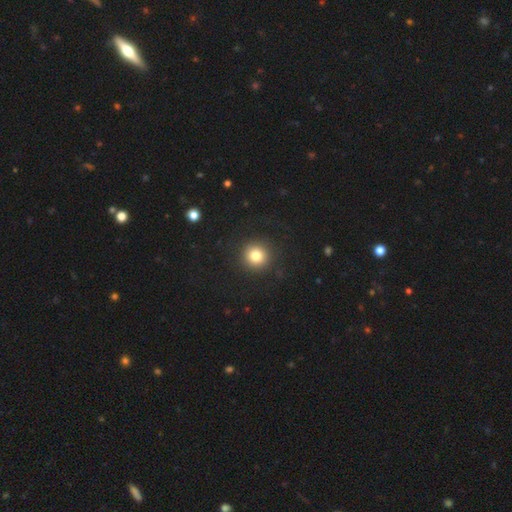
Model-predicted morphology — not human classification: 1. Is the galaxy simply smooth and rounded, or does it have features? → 81% smooth, 12% star or artifact, 7% featured or disk.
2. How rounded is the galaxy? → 94% round, 5% in between, 1% cigar-shaped.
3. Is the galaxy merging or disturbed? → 91% none, 5% minor disturbance, 2% major disturbance, 1% merger.